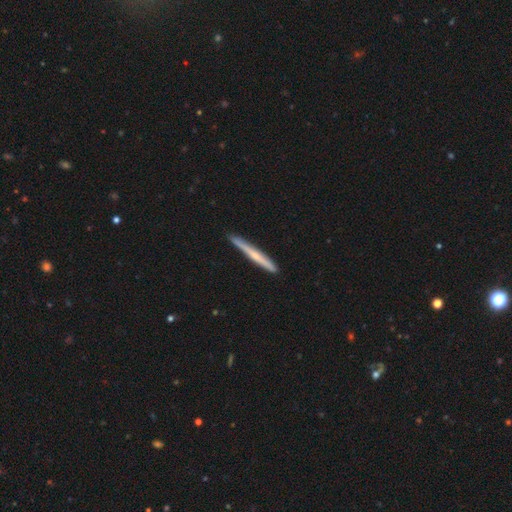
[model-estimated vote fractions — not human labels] Smooth or featured? Predicted: featured or disk (p=0.55). Edge-on disk? Predicted: yes (p=0.97). Edge-on bulge? Predicted: rounded (p=0.53). Merging? Predicted: none (p=0.90).